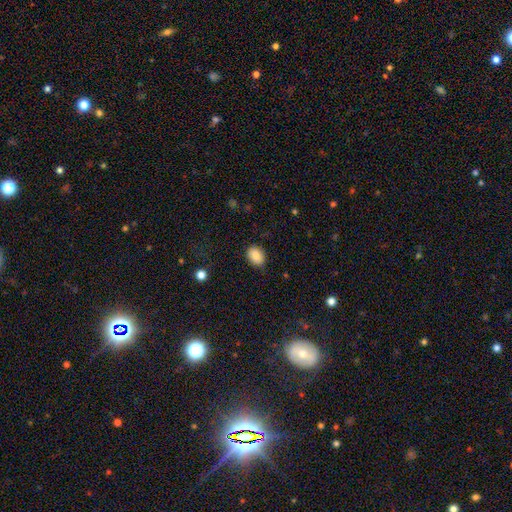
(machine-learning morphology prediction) The model was most divided on "how rounded": in between: 67%, round: 32%, cigar-shaped: 1%. More confident: smooth or featured — smooth (87%); merging — none (83%).